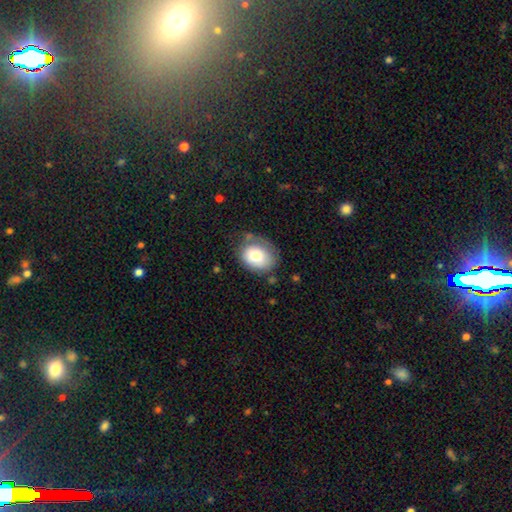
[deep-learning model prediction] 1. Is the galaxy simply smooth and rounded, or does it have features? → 75% smooth, 17% featured or disk, 8% star or artifact.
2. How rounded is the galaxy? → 53% in between, 46% round, 1% cigar-shaped.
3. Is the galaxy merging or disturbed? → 61% none, 26% minor disturbance, 9% major disturbance, 4% merger.